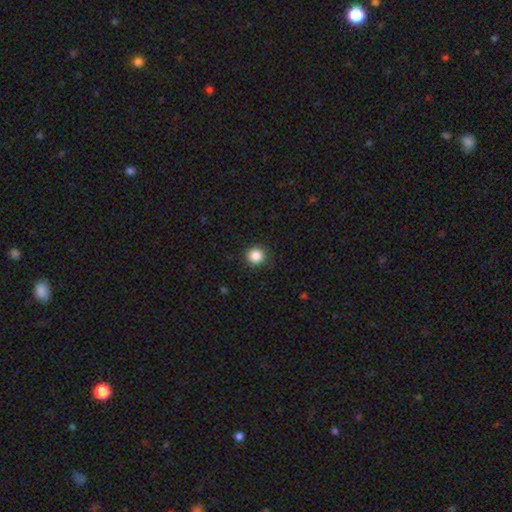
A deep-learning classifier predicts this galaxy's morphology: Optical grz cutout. It shows a smooth galaxy with no disk features (86%) that is round (95%). Merging: none (91%).